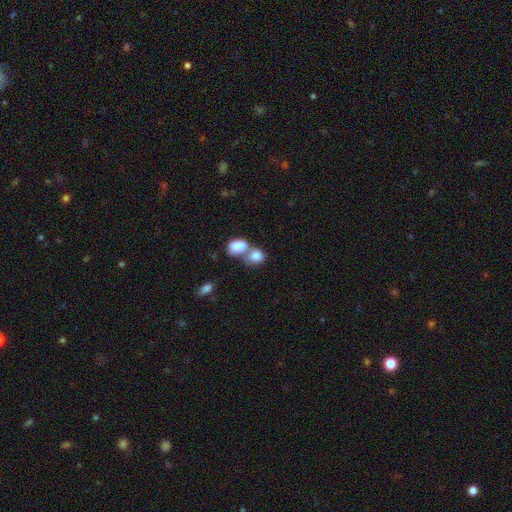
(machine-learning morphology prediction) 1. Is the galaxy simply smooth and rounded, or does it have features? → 82% smooth, 10% featured or disk, 8% star or artifact.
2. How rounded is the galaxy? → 60% in between, 38% round, 2% cigar-shaped.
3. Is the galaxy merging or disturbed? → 66% merger, 21% none, 8% minor disturbance, 5% major disturbance.